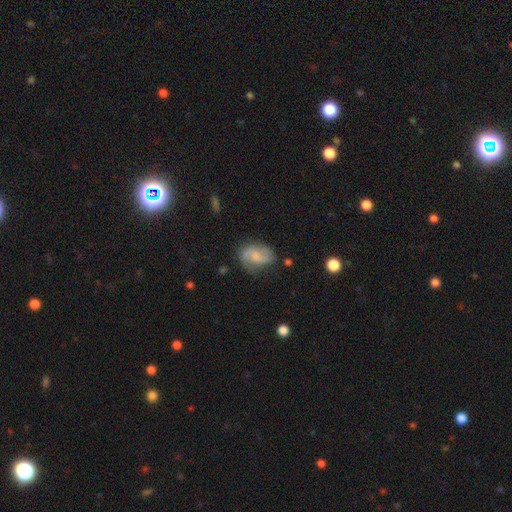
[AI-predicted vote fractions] A featured or disk galaxy (55%) with no bar (51%), spiral arms (89%) and no central bulge (34%). Merging: none (60%).